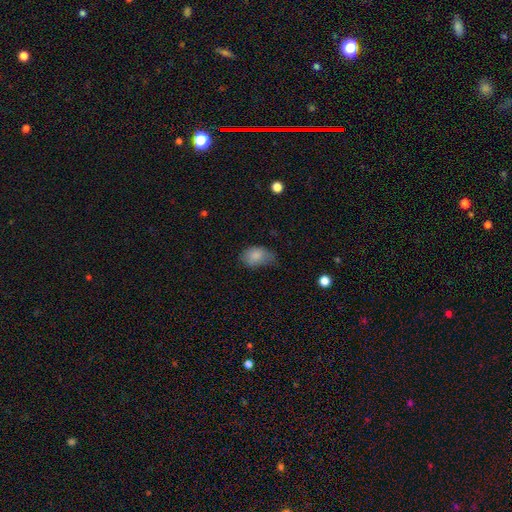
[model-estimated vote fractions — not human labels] Overall: smooth (82%). How rounded: in between (83%). Merging: minor disturbance (42%; none 38%).